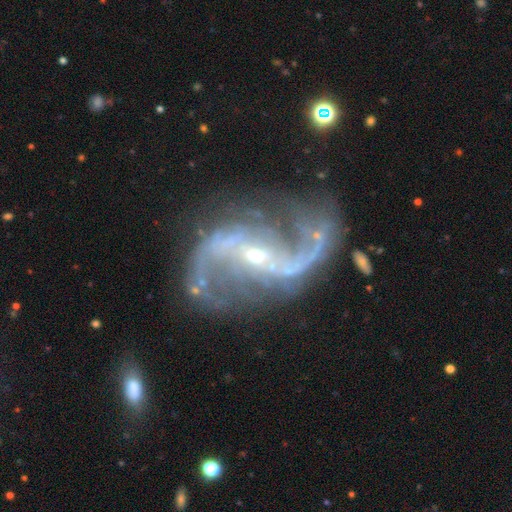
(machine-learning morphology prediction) Smooth or featured: featured or disk — 93% (star or artifact — 5%)
Edge-on disk: no — 98% (yes — 2%)
Bar: strong — 34% (weak — 33%)
Spiral arms: yes — 98% (no — 2%)
Spiral winding: loose — 67% (medium — 26%)
Spiral arm count: 2 — 94% (can't tell — 1%)
Bulge size: small — 80% (moderate — 16%)
Merging: none — 69% (minor disturbance — 16%)